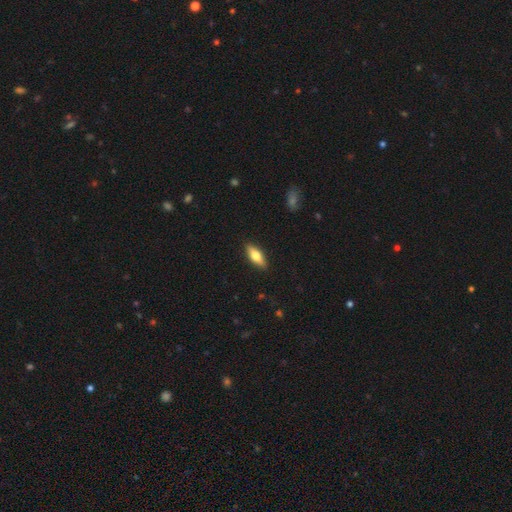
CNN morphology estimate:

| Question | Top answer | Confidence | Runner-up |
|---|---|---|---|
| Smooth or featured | smooth | 65% | featured or disk (29%) |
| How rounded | in between | 64% | cigar-shaped (33%) |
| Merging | none | 89% | minor disturbance (8%) |